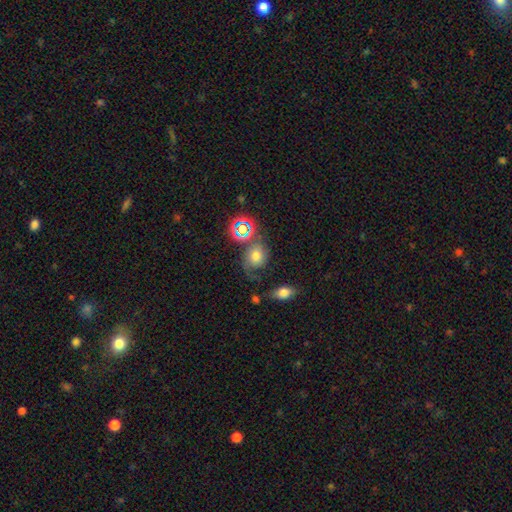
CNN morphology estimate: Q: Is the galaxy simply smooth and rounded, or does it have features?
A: smooth — 52%.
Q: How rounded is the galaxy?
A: round — 53%.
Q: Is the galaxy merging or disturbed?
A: none — 47%.